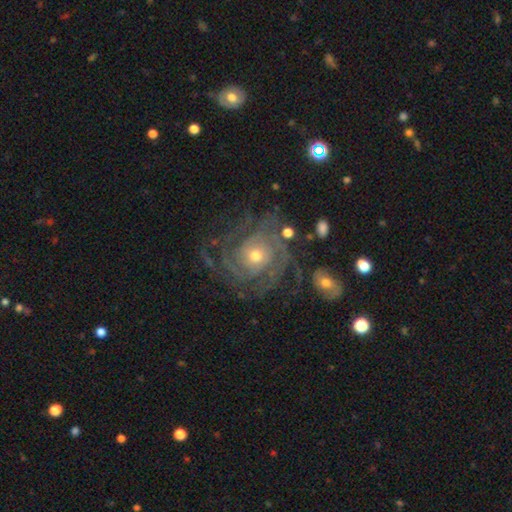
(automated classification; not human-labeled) smooth_or_featured: featured or disk (p=0.89) [alt: star or artifact p=0.06]
disk_edge_on: no (p=0.98) [alt: yes p=0.02]
bar: no (p=0.79) [alt: weak p=0.16]
has_spiral_arms: yes (p=0.97) [alt: no p=0.03]
spiral_winding: tight (p=0.66) [alt: medium p=0.27]
spiral_arm_count: can't tell (p=0.23) [alt: 4 p=0.22]
bulge_size: moderate (p=0.50) [alt: small p=0.45]
merging: none (p=0.68) [alt: minor disturbance p=0.16]